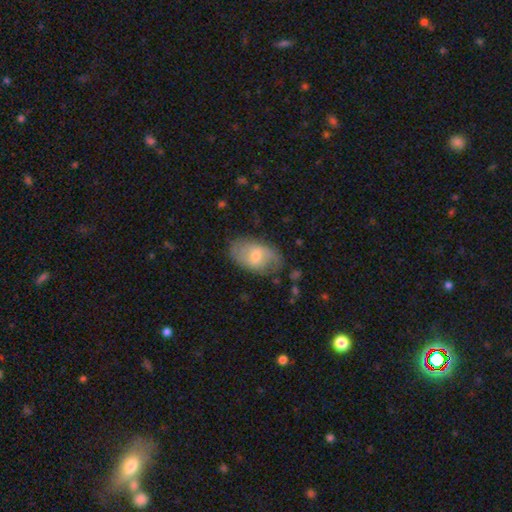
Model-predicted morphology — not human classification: Overall: smooth (51%; featured or disk 42%). How rounded: in between (91%). Merging: none (73%).